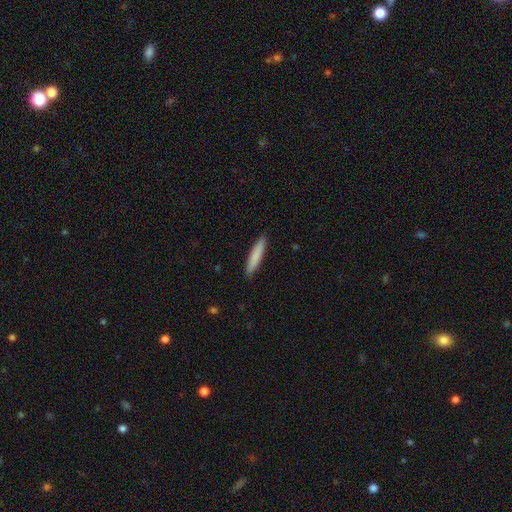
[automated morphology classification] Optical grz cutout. It shows a smooth galaxy with no disk features (83%) that is cigar-shaped (89%). Merging: none (90%).